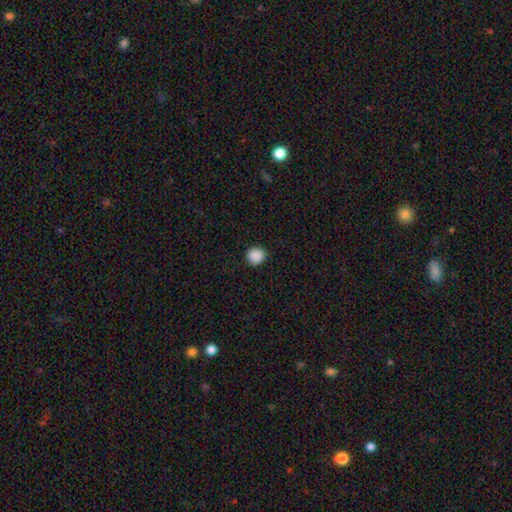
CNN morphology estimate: A smooth galaxy with no disk features (89%) that is round (90%). Merging: none (91%).